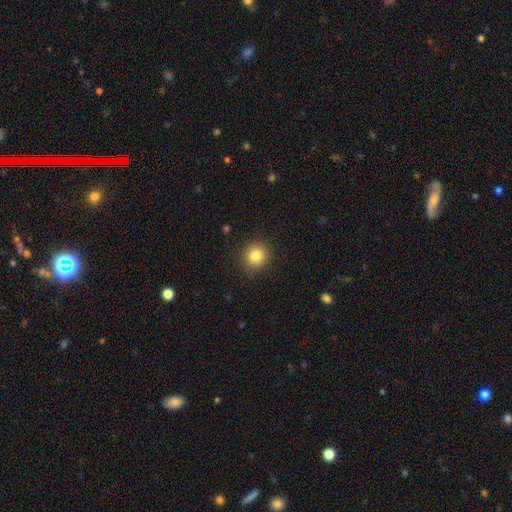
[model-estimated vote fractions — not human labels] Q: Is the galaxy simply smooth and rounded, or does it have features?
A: smooth — 83%.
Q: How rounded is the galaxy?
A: round — 88%.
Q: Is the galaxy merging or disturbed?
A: none — 89%.